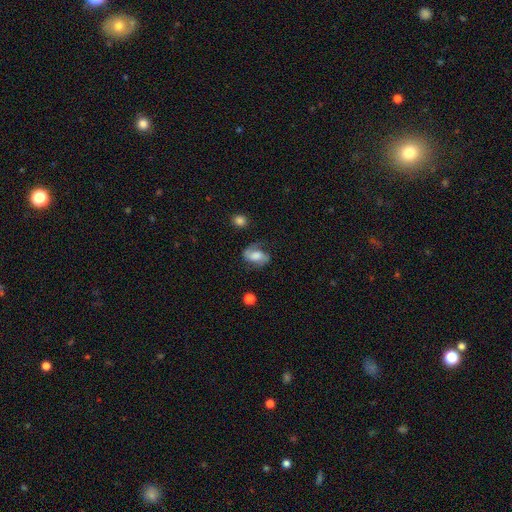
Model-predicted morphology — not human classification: Smooth or featured?
  - featured or disk: 53% *
  - smooth: 38%
  - star or artifact: 9%
Edge-on disk?
  - no: 96% *
  - yes: 4%
Bar?
  - no: 47% *
  - weak: 37%
  - strong: 17%
Spiral arms?
  - yes: 88% *
  - no: 12%
Bulge size?
  - large: 34% *
  - moderate: 32%
  - small: 15%
  - none: 13%
  - dominant: 6%
Merging?
  - none: 60% *
  - minor disturbance: 23%
  - major disturbance: 15%
  - merger: 3%